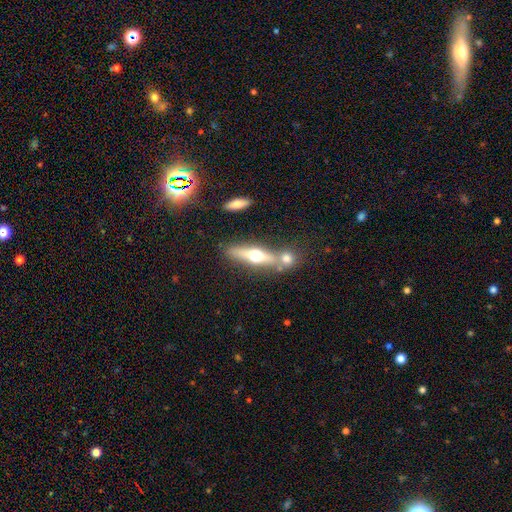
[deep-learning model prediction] Smooth or featured: featured or disk — 53% (smooth — 39%)
Edge-on disk: yes — 88% (no — 12%)
Merging: none — 59% (merger — 26%)